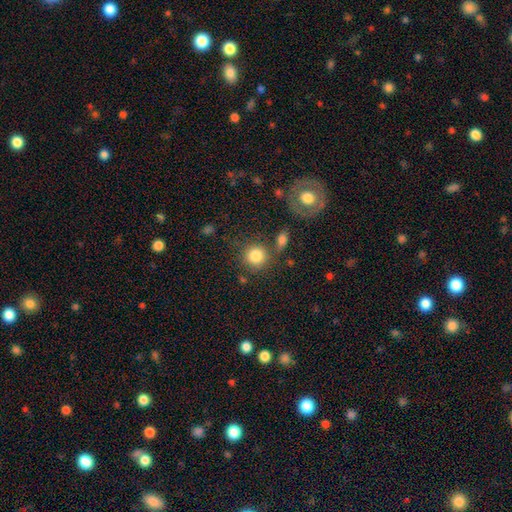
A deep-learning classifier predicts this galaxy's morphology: smooth_or_featured: smooth (p=0.83) [alt: star or artifact p=0.09]
how_rounded: round (p=0.89) [alt: in between p=0.10]
merging: none (p=0.71) [alt: merger p=0.12]